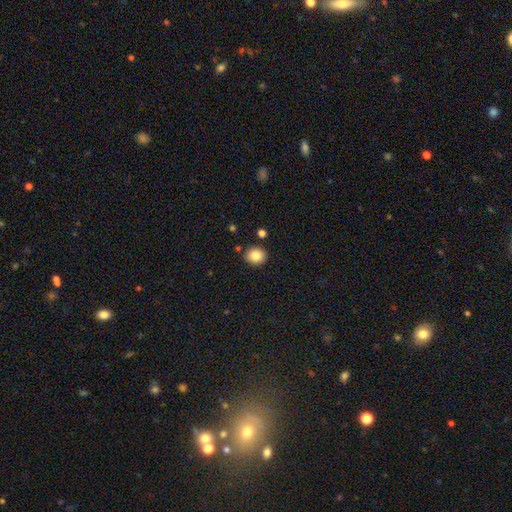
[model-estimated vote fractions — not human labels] Overall: smooth (86%). How rounded: round (72%). Merging: none (86%).